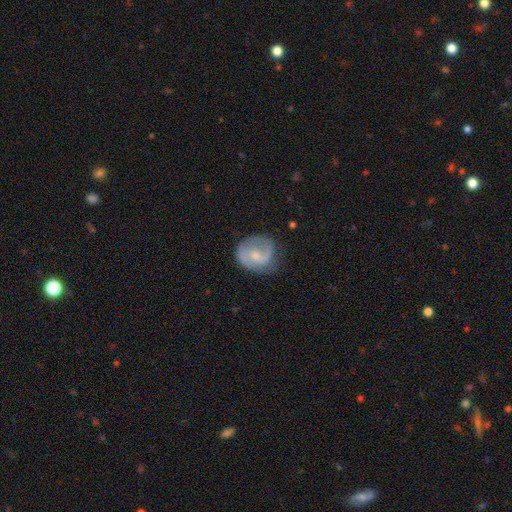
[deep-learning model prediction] Smooth or featured? Predicted: featured or disk (p=0.64). Edge-on disk? Predicted: no (p=0.97). Bar? Predicted: no (p=0.48). Spiral arms? Predicted: yes (p=0.84). Spiral winding? Predicted: medium (p=0.44). Spiral arm count? Predicted: 2 (p=0.64). Bulge size? Predicted: small (p=0.46). Merging? Predicted: none (p=0.60).